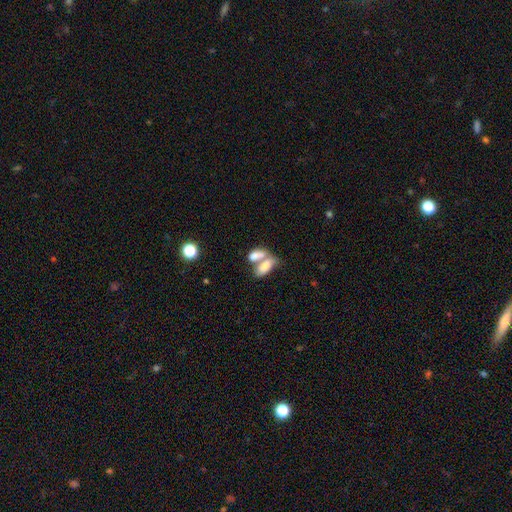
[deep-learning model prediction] smooth-or-featured: smooth: 75% | featured or disk: 17% | star or artifact: 8%
  how-rounded: in between: 90% | cigar-shaped: 5% | round: 5%
  merging: merger: 70% | none: 18% | minor disturbance: 7% | major disturbance: 6%